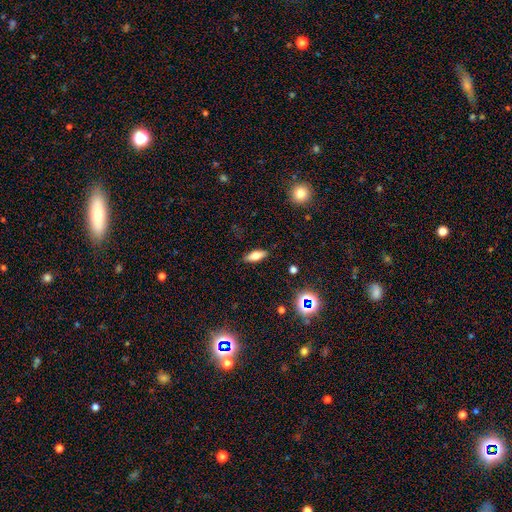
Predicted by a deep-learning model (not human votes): smooth_or_featured: smooth (p=0.67) [alt: featured or disk p=0.23]
how_rounded: in between (p=0.69) [alt: cigar-shaped p=0.27]
merging: none (p=0.87) [alt: minor disturbance p=0.09]